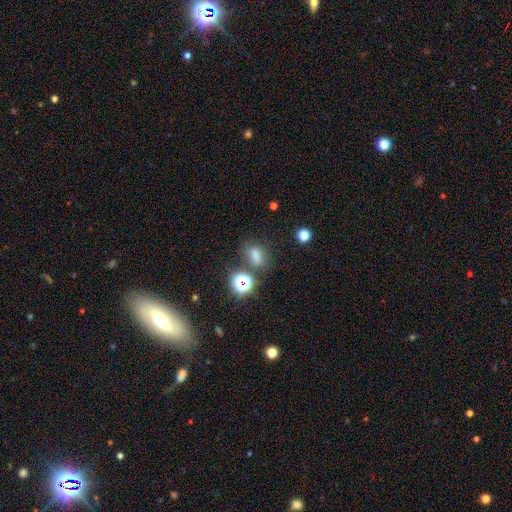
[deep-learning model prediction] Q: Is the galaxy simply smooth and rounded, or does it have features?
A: smooth — 69%.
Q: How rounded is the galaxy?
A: in between — 63%.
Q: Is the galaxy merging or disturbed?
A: none — 64%.